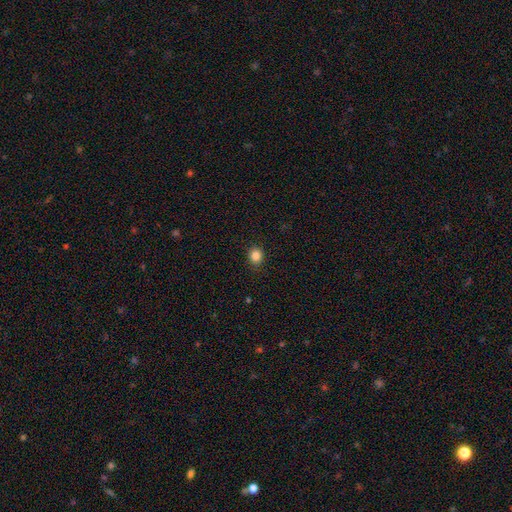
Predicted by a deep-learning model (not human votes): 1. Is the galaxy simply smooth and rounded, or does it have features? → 85% smooth, 11% star or artifact, 4% featured or disk.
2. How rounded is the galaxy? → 80% round, 20% in between, 1% cigar-shaped.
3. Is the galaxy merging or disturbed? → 89% none, 8% minor disturbance, 2% major disturbance, 1% merger.